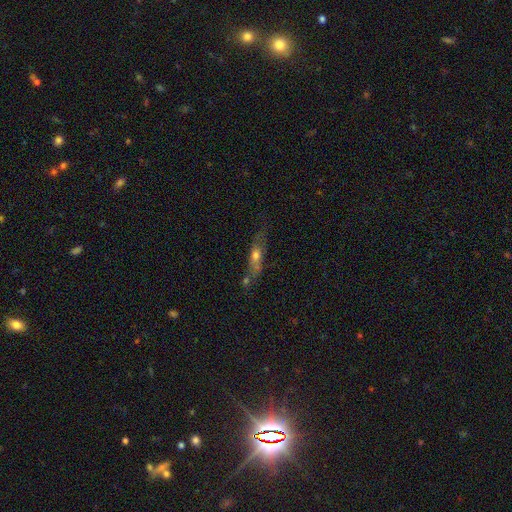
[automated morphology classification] Q: Smooth or featured?
A: smooth (49%); runner-up: featured or disk (42%)
Q: Merging?
A: none (53%); runner-up: minor disturbance (23%)